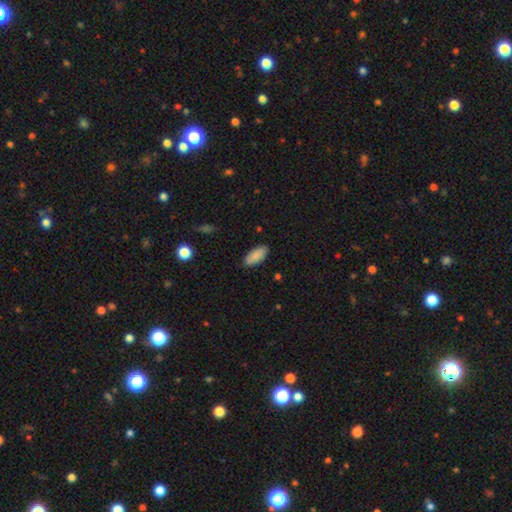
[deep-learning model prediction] A smooth galaxy with no disk features (88%) that is in between round and cigar-shaped (89%). Merging: none (84%).